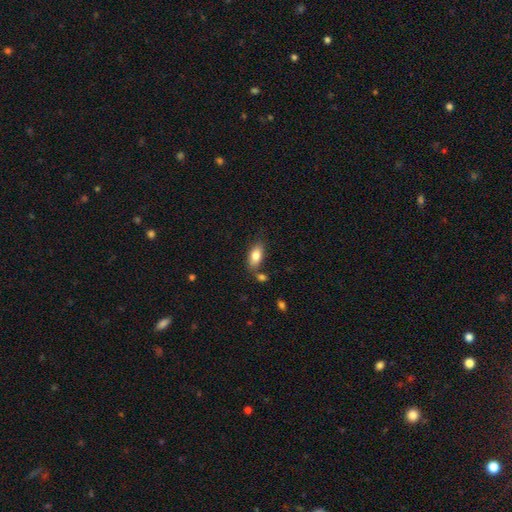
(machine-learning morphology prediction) Smooth or featured: smooth — 81% (featured or disk — 12%)
How rounded: in between — 89% (cigar-shaped — 8%)
Merging: none — 69% (minor disturbance — 16%)